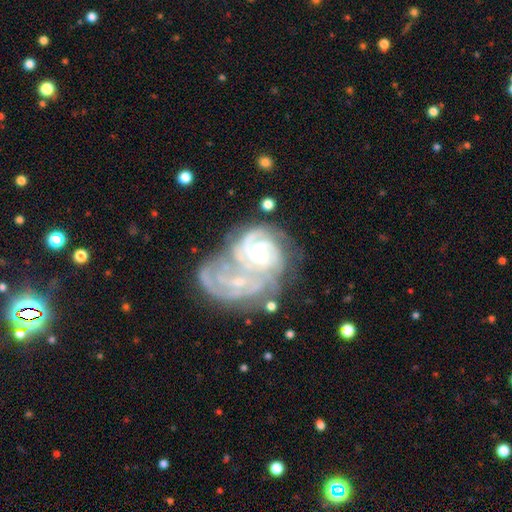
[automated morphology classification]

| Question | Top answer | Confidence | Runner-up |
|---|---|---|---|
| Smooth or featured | featured or disk | 85% | smooth (8%) |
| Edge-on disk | no | 98% | yes (2%) |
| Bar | no | 58% | weak (32%) |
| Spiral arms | yes | 93% | no (7%) |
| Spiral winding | tight | 63% | medium (29%) |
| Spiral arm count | can't tell | 31% | 2 (28%) |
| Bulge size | moderate | 47% | small (42%) |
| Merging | merger | 63% | none (17%) |